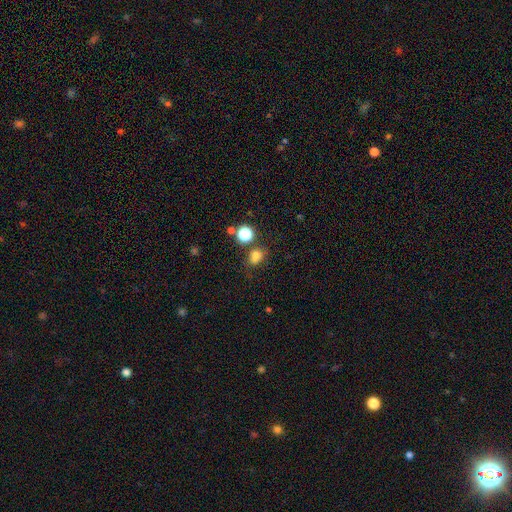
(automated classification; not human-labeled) smooth_or_featured: smooth (p=0.75) [alt: star or artifact p=0.18]
how_rounded: round (p=0.49) [tied with: in between p=0.49]
merging: none (p=0.66) [alt: minor disturbance p=0.16]